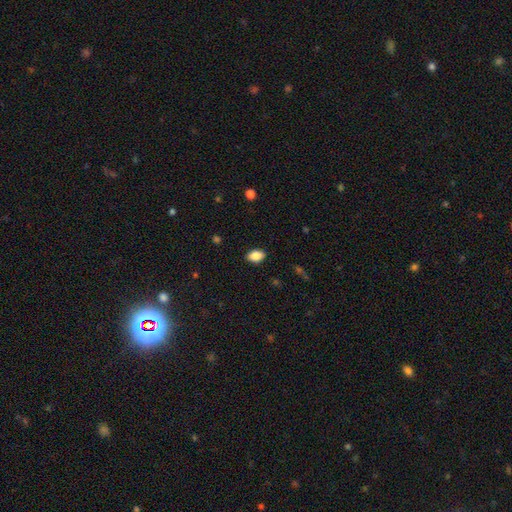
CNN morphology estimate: This appears to be a smooth galaxy with no disk features (88%) that is in between round and cigar-shaped (86%). Merging: none (88%).